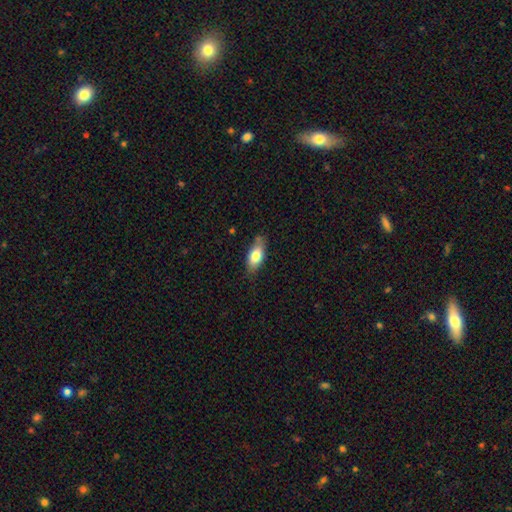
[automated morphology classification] type=smooth (75%); roundness=in between (86%); merging=none (72%).